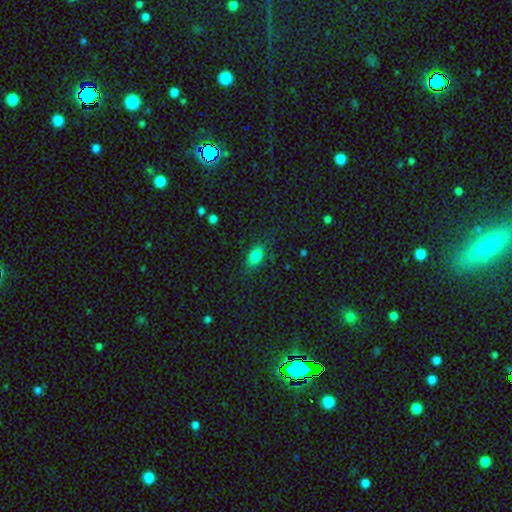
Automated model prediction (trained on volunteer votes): This is clearly a smooth galaxy (82%). How rounded: clearly in between (87%). Merging: likely none (79%).